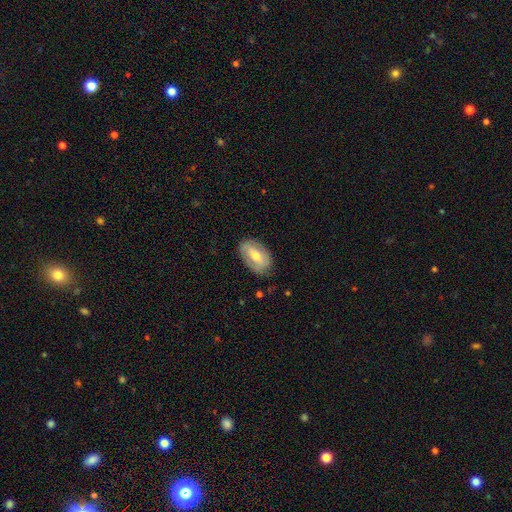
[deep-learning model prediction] Morphology: type=featured or disk (48%); merging=none (77%).